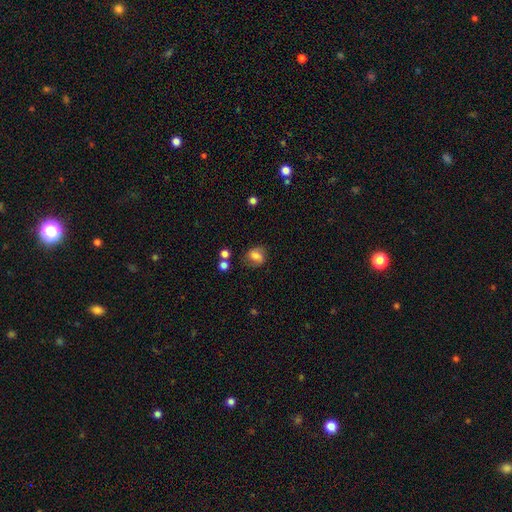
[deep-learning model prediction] The model was most divided on "how rounded": round: 53%, in between: 46%, cigar-shaped: 1%. More confident: smooth or featured — smooth (70%); merging — none (67%).